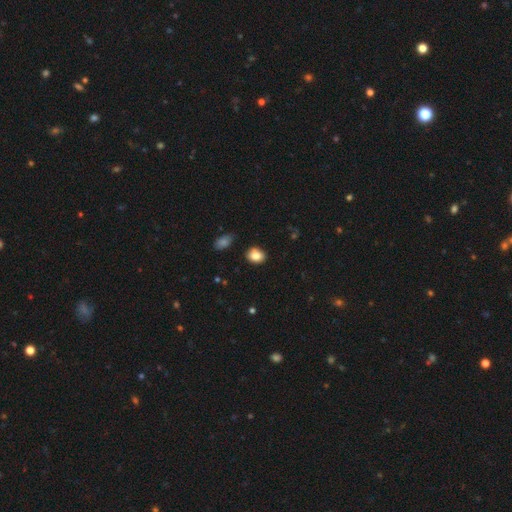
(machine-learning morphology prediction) Q: Smooth or featured?
A: smooth (85%); runner-up: star or artifact (9%)
Q: How rounded?
A: in between (56%); runner-up: round (43%)
Q: Merging?
A: none (83%); runner-up: minor disturbance (12%)